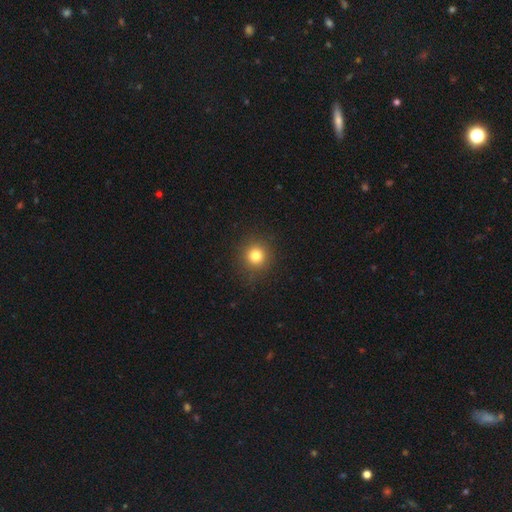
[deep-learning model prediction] smooth_or_featured: smooth (p=0.80) [alt: star or artifact p=0.13]
how_rounded: round (p=0.93) [alt: in between p=0.06]
merging: none (p=0.90) [alt: minor disturbance p=0.06]